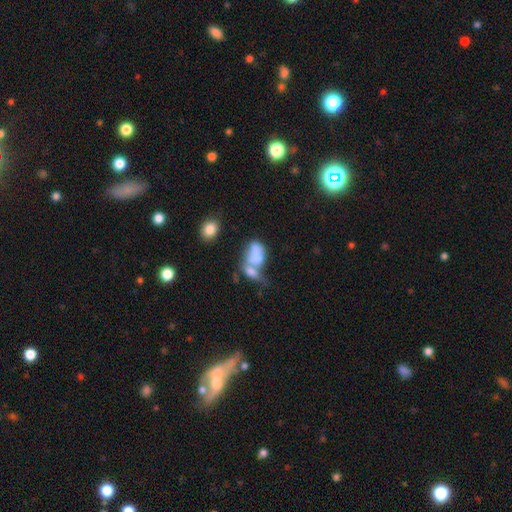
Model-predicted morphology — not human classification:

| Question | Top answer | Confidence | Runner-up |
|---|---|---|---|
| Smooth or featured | smooth | 65% | featured or disk (26%) |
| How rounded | in between | 85% | round (12%) |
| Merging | merger | 64% | none (14%) |